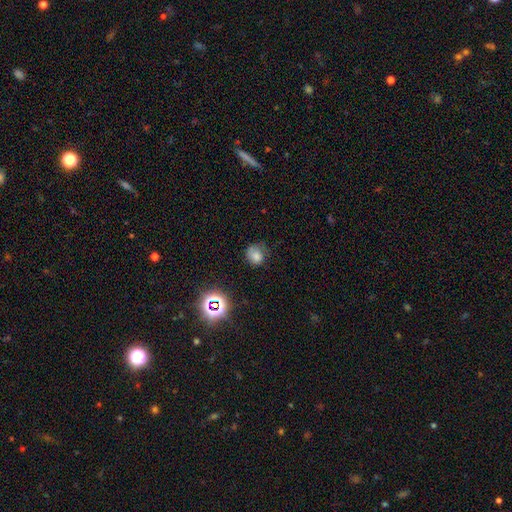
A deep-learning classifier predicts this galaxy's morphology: Overall: smooth (72%). How rounded: round (71%). Merging: none (53%; minor disturbance 30%).